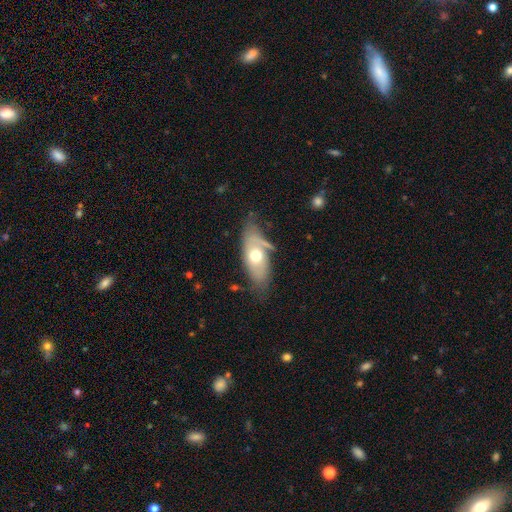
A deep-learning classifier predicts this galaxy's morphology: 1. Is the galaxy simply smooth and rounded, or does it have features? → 52% smooth, 42% featured or disk, 7% star or artifact.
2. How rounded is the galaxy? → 85% in between, 10% cigar-shaped, 6% round.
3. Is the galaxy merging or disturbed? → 52% none, 27% minor disturbance, 14% major disturbance, 8% merger.